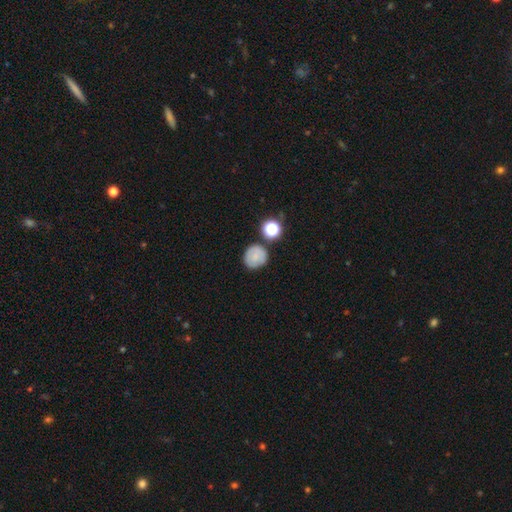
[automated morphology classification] type=smooth (73%); roundness=round (88%); merging=none (75%).